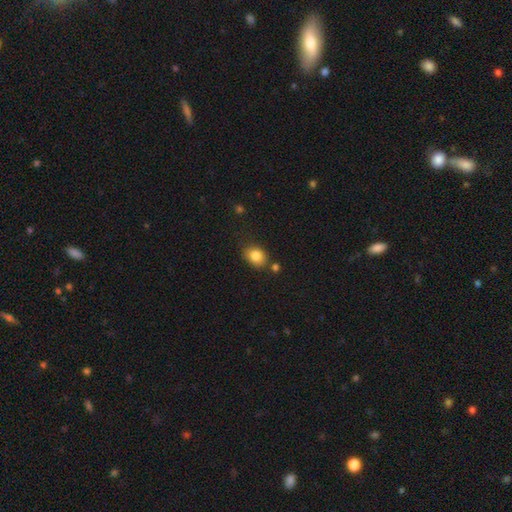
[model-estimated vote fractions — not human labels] Q: Smooth or featured?
A: smooth (84%); runner-up: star or artifact (9%)
Q: How rounded?
A: in between (56%); runner-up: round (43%)
Q: Merging?
A: none (71%); runner-up: minor disturbance (17%)